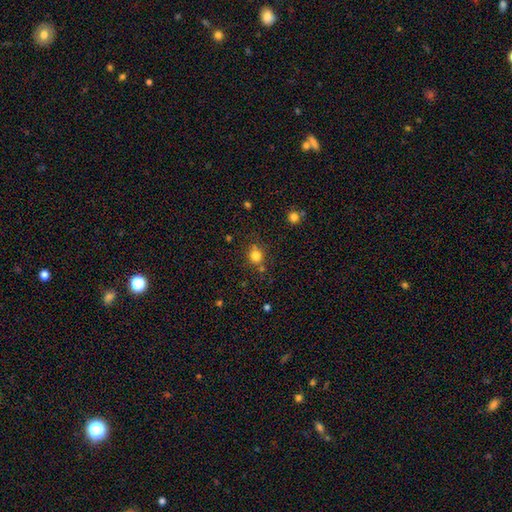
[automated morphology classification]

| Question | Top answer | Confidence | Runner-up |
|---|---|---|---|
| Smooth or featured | smooth | 80% | star or artifact (14%) |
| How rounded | round | 81% | in between (18%) |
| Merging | none | 73% | minor disturbance (13%) |